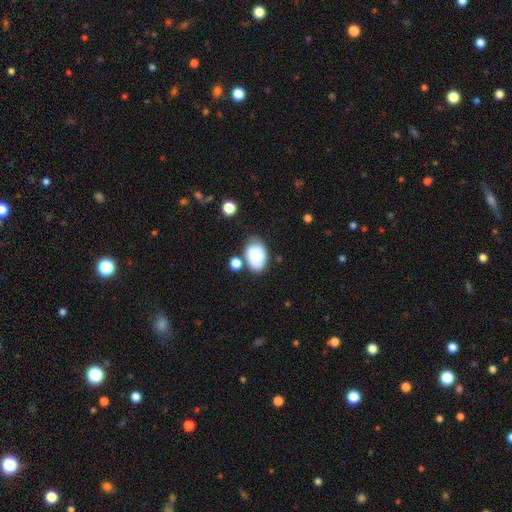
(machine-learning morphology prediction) smooth-or-featured: smooth: 76% | featured or disk: 16% | star or artifact: 8%
  how-rounded: in between: 84% | round: 15% | cigar-shaped: 1%
  merging: none: 57% | minor disturbance: 24% | merger: 13% | major disturbance: 7%